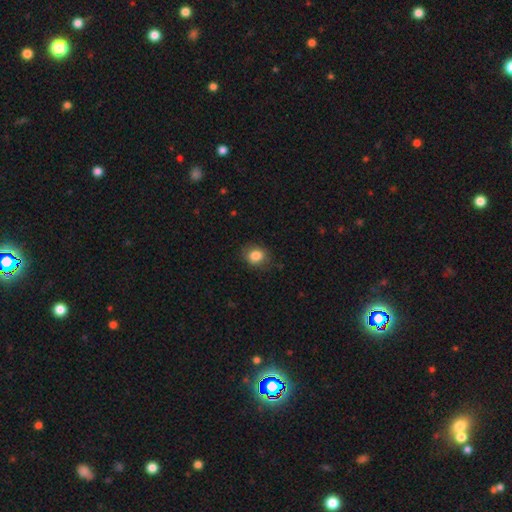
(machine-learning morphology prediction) Smooth or featured? smooth (84%)
How rounded? round (63%)
Merging? none (81%)